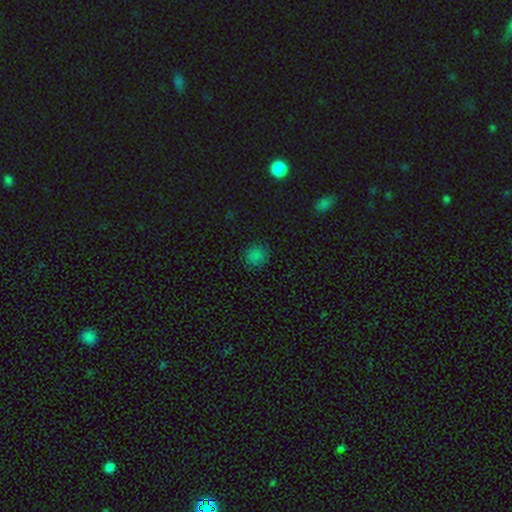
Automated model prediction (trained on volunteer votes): Smooth or featured?
  - smooth: 79% *
  - star or artifact: 17%
  - featured or disk: 4%
How rounded?
  - round: 90% *
  - in between: 9%
  - cigar-shaped: 1%
Merging?
  - none: 87% *
  - minor disturbance: 9%
  - major disturbance: 3%
  - merger: 1%